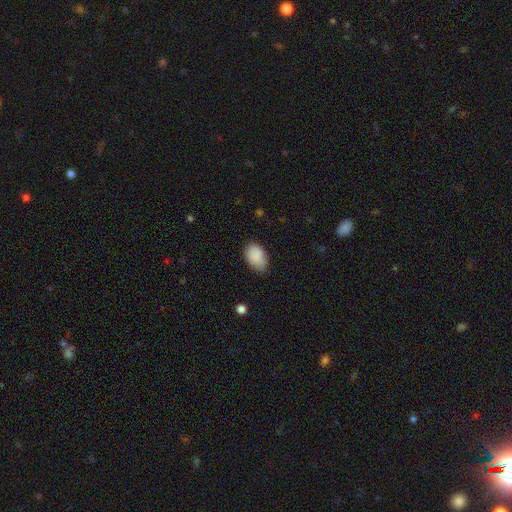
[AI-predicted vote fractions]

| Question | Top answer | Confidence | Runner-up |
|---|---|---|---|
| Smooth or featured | smooth | 88% | star or artifact (7%) |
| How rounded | in between | 84% | round (14%) |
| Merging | none | 63% | minor disturbance (30%) |